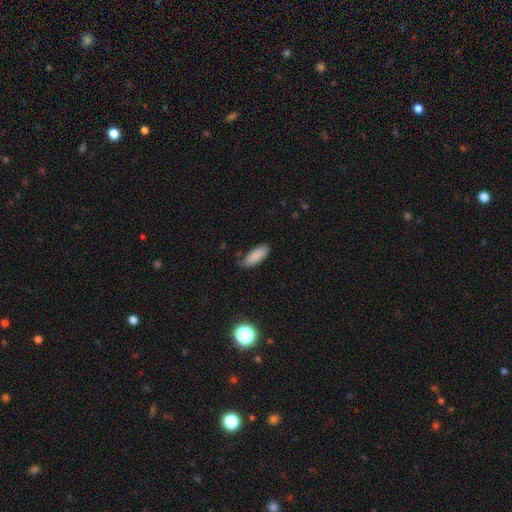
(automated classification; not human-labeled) Smooth or featured? Predicted: smooth (p=0.86). How rounded? Predicted: in between (p=0.72). Merging? Predicted: none (p=0.68).